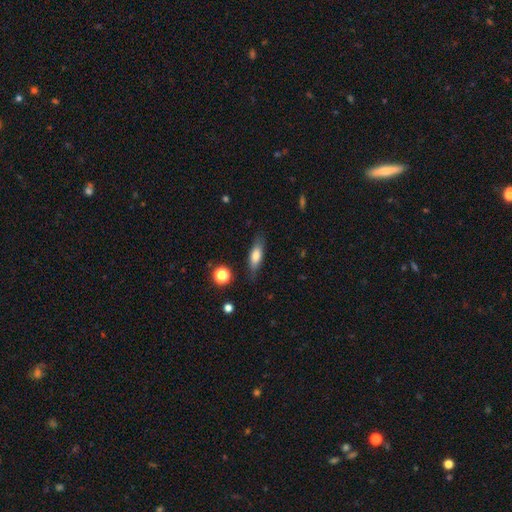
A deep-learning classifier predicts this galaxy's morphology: Smooth or featured: smooth — 72% (featured or disk — 20%)
How rounded: in between — 53% (cigar-shaped — 44%)
Merging: none — 79% (minor disturbance — 15%)